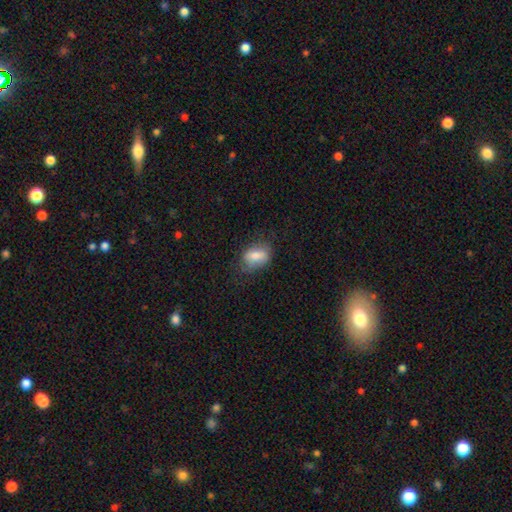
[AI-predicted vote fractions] smooth_or_featured: smooth (p=0.76) [alt: featured or disk p=0.17]
how_rounded: in between (p=0.84) [alt: round p=0.12]
merging: none (p=0.62) [alt: minor disturbance p=0.26]